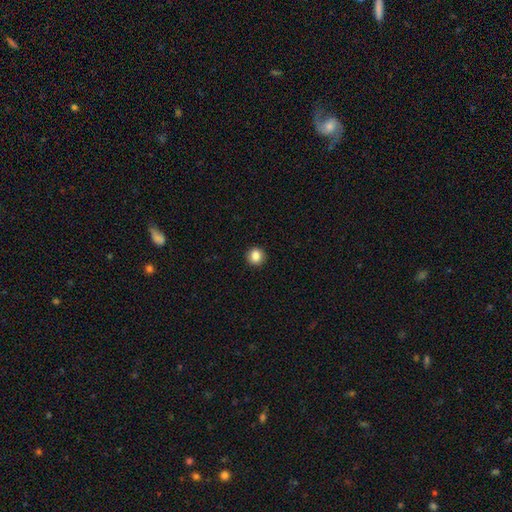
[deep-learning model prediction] smooth 86%, star or artifact 10%, featured or disk 5%. Down the decision tree: how rounded — round (89%); merging — none (93%).